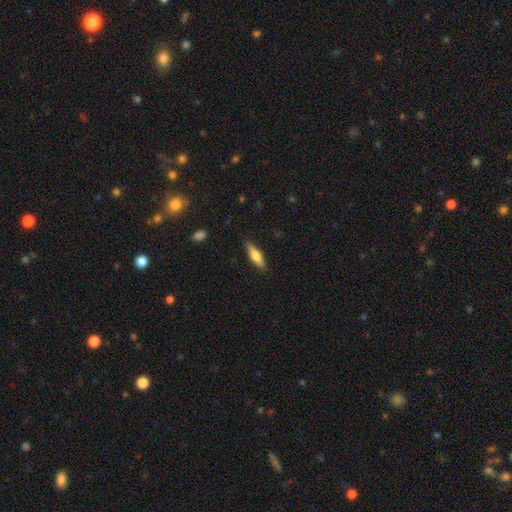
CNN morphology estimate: Smooth or featured? Predicted: smooth (p=0.65). How rounded? Predicted: cigar-shaped (p=0.62). Merging? Predicted: none (p=0.86).